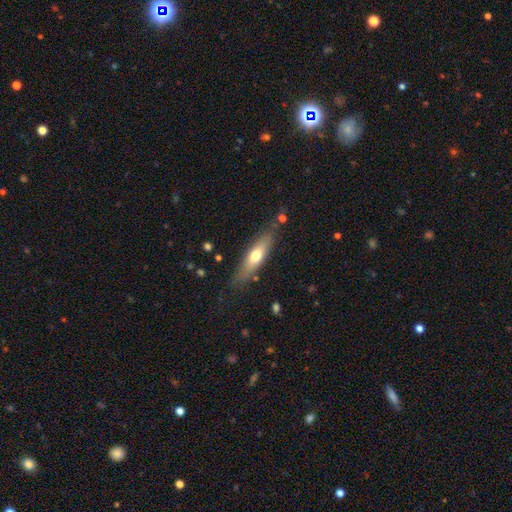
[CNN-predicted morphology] type=smooth (56%); roundness=cigar-shaped (64%); merging=none (78%).